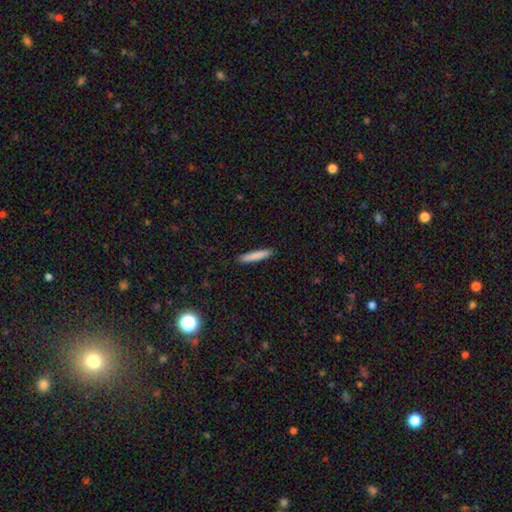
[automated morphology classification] A smooth galaxy with no disk features (84%) that is cigar-shaped (92%). Merging: none (91%).